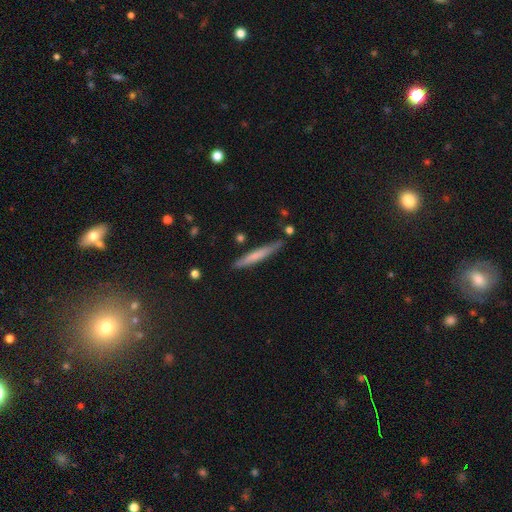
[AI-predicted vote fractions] The model was most divided on "smooth or featured": smooth: 61%, featured or disk: 33%, star or artifact: 6%. More confident: how rounded — cigar-shaped (96%); merging — none (82%).